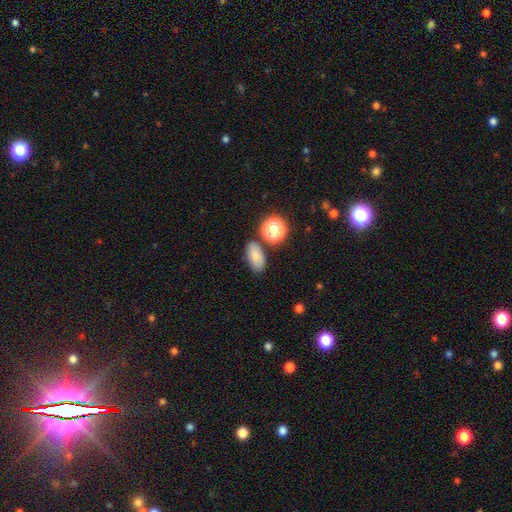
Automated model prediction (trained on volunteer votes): Smooth or featured: smooth — 78% (star or artifact — 13%)
How rounded: in between — 86% (round — 11%)
Merging: none — 78% (minor disturbance — 11%)